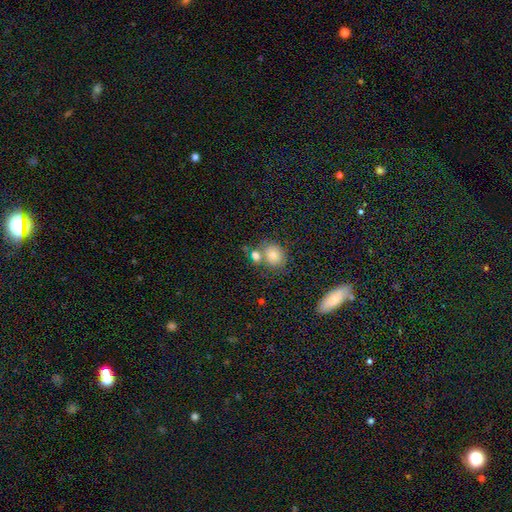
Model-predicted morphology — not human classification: Overall: smooth (72%). How rounded: round (61%; in between 37%). Merging: none (52%; merger 31%).